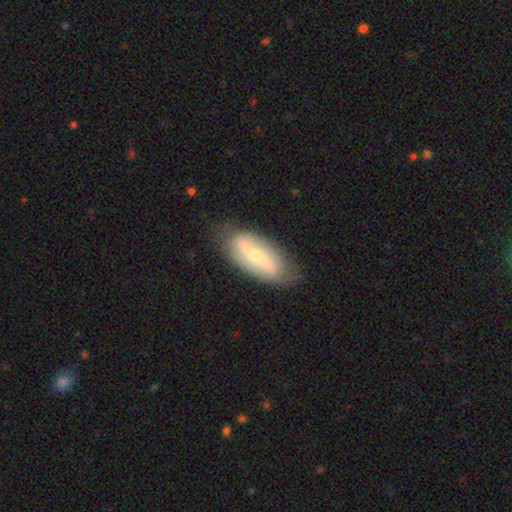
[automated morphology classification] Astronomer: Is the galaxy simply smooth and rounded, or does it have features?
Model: featured or disk — 66%.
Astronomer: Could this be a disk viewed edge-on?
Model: no — 86%.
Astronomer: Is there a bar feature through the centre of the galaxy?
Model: strong — 49% (runner-up: weak, 32%).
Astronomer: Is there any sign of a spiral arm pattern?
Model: yes — 74%.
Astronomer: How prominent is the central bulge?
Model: small — 64%.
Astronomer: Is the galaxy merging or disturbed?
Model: none — 79%.